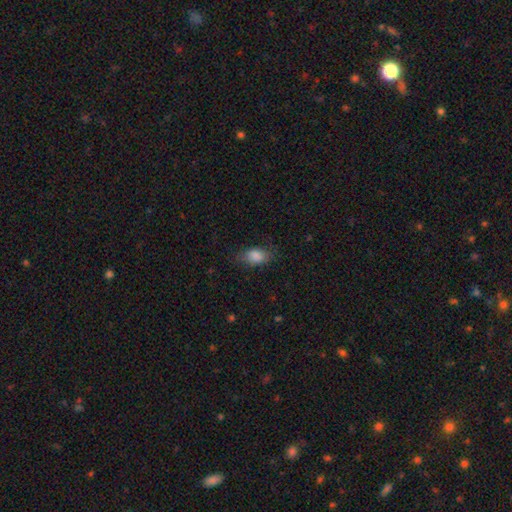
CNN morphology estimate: The model was most divided on "merging": none: 73%, minor disturbance: 20%, major disturbance: 6%, merger: 1%. More confident: how rounded — in between (87%); smooth or featured — smooth (85%).